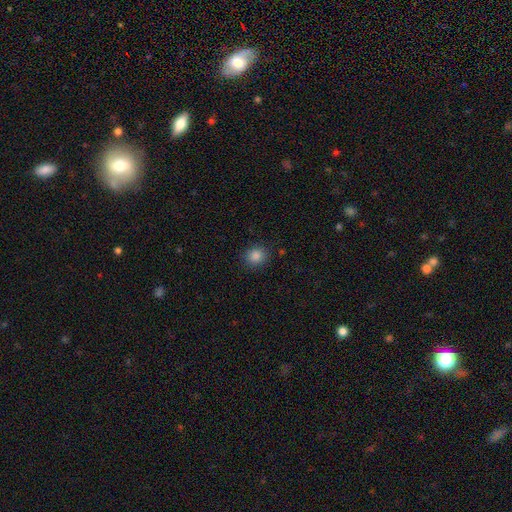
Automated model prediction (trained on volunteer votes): This is clearly a smooth galaxy (84%). How rounded: clearly round (82%). Merging: clearly none (88%).